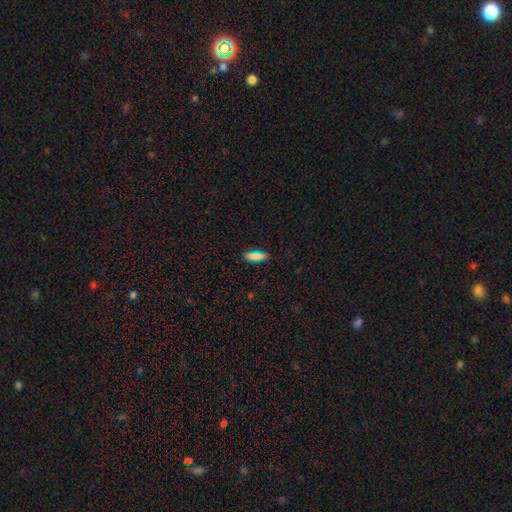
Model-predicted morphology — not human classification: smooth 81%, star or artifact 9%, featured or disk 9%. Down the decision tree: how rounded — cigar-shaped (58%); merging — none (84%).